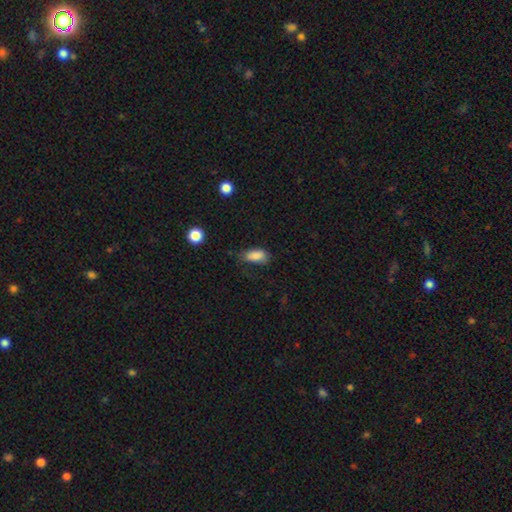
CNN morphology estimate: The model was most divided on "merging": none: 52%, minor disturbance: 32%, major disturbance: 14%, merger: 2%. More confident: how rounded — in between (87%); smooth or featured — smooth (85%).